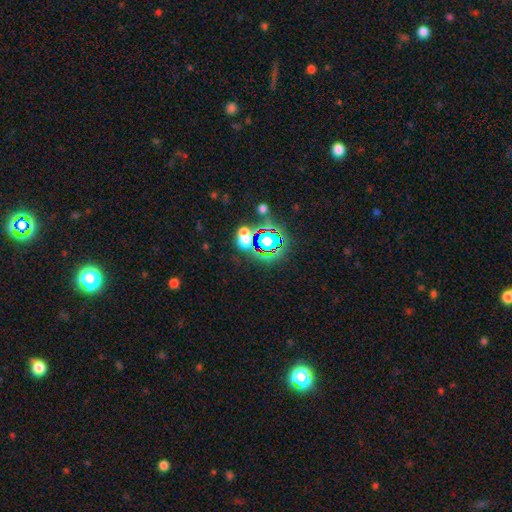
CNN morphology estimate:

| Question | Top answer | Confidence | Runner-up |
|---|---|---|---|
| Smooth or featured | star or artifact | 77% | smooth (15%) |